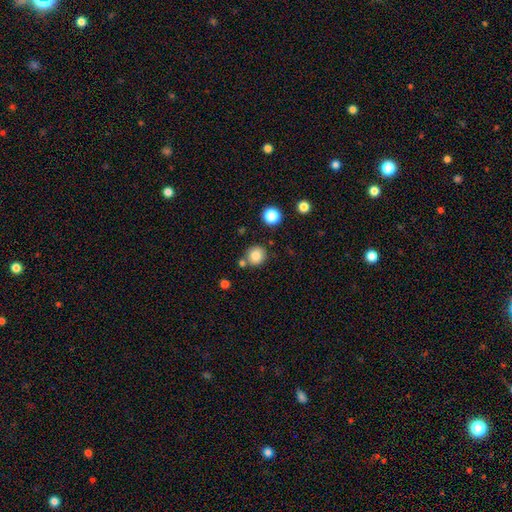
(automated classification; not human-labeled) Smooth or featured? smooth (84%)
How rounded? round (89%)
Merging? none (75%)